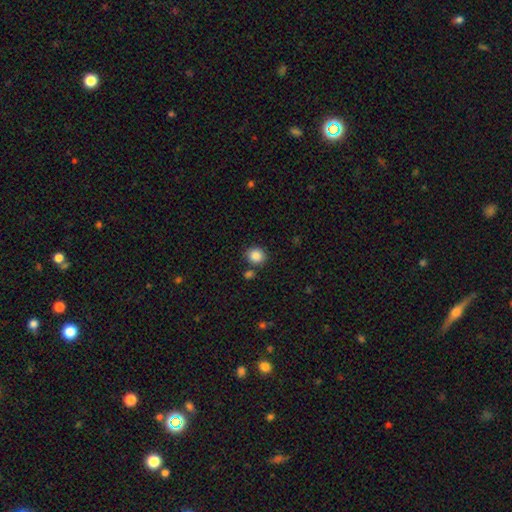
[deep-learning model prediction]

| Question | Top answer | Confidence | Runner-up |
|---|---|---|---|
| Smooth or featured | smooth | 87% | star or artifact (9%) |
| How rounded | round | 83% | in between (16%) |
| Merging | none | 79% | minor disturbance (9%) |